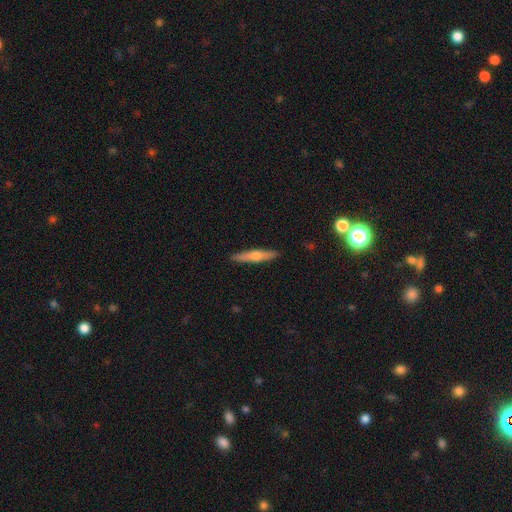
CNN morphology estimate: A featured or disk galaxy (48%).

Vote fractions:
- Smooth or featured? featured or disk: 48% / smooth: 47% / star or artifact: 6%
- Merging? none: 90% / minor disturbance: 7% / major disturbance: 1% / merger: 1%